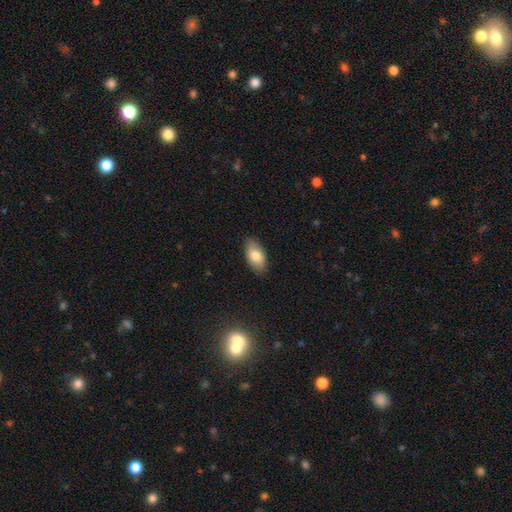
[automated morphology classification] smooth 80%, featured or disk 13%, star or artifact 7%. Down the decision tree: how rounded — in between (94%); merging — none (85%).